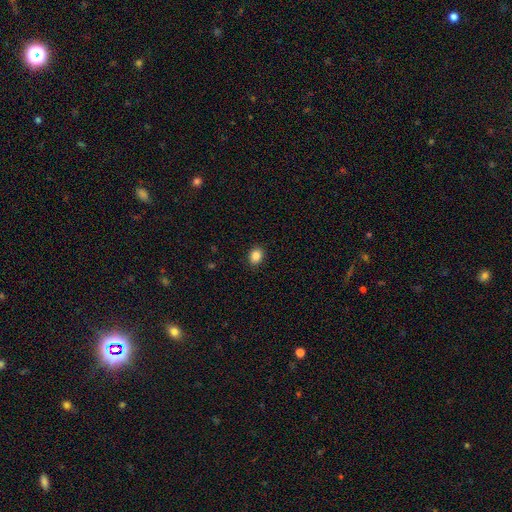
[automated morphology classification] This is clearly a smooth galaxy (87%). How rounded: possibly in between (56%). Merging: clearly none (90%).